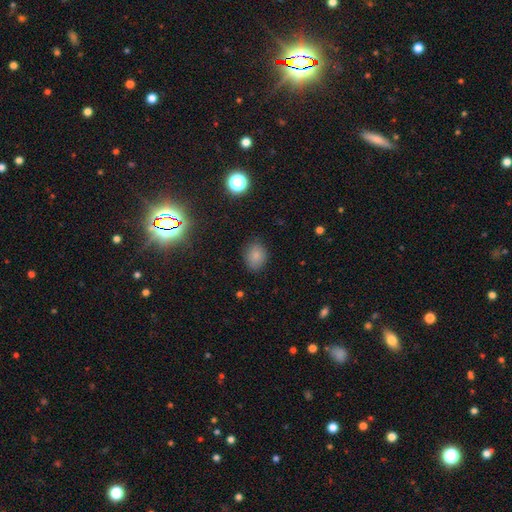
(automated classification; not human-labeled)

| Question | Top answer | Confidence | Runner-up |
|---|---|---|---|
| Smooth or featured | smooth | 81% | star or artifact (12%) |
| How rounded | in between | 56% | round (43%) |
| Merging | none | 82% | minor disturbance (13%) |